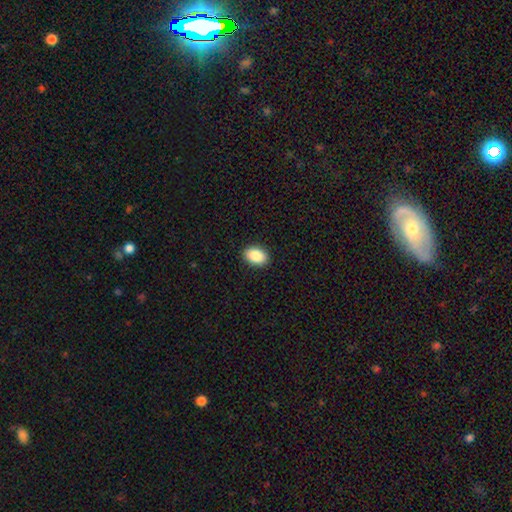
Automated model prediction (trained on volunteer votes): Smooth or featured? smooth (88%)
How rounded? in between (81%)
Merging? none (91%)